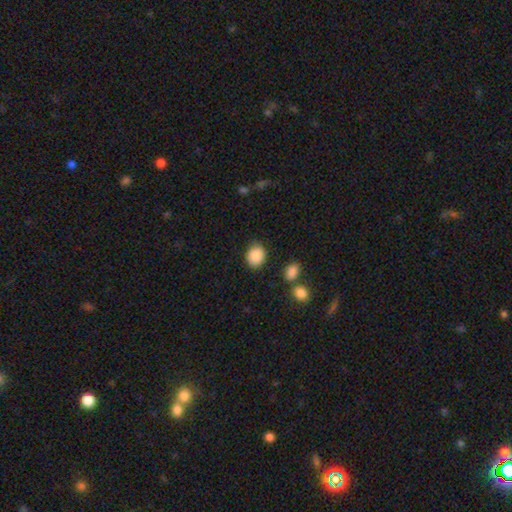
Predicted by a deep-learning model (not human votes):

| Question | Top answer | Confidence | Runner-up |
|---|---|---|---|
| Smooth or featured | smooth | 88% | star or artifact (8%) |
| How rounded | round | 51% | in between (48%) |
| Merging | none | 82% | minor disturbance (12%) |